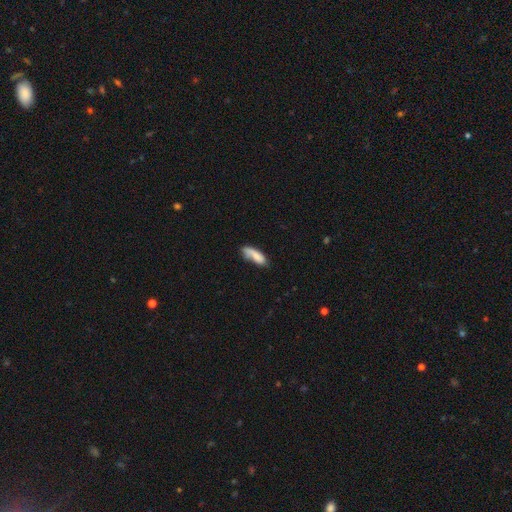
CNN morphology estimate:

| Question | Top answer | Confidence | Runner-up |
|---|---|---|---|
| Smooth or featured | smooth | 76% | featured or disk (17%) |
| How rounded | in between | 55% | cigar-shaped (43%) |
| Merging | none | 54% | minor disturbance (28%) |